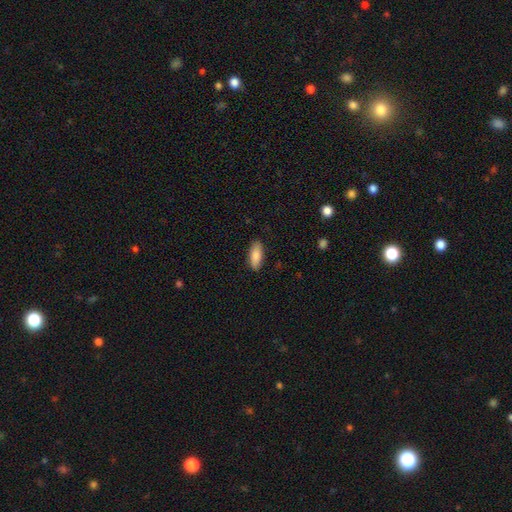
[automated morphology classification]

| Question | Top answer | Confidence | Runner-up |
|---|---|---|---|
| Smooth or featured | smooth | 87% | featured or disk (8%) |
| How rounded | in between | 81% | cigar-shaped (17%) |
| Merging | none | 87% | minor disturbance (10%) |